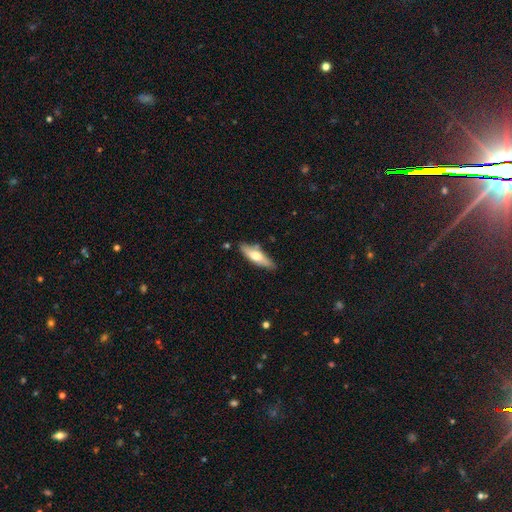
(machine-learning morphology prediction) This appears to be a smooth galaxy with no disk features (55%) that is cigar-shaped (56%). Merging: none (79%).